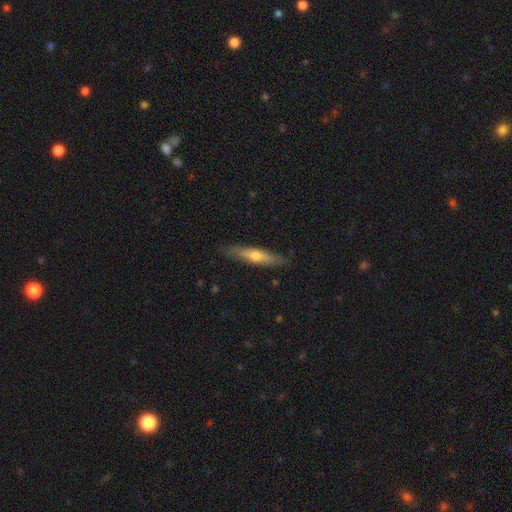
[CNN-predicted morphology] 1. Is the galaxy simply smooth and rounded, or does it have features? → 48% featured or disk, 46% smooth, 6% star or artifact.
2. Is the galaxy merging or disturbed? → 86% none, 10% minor disturbance, 2% major disturbance, 1% merger.